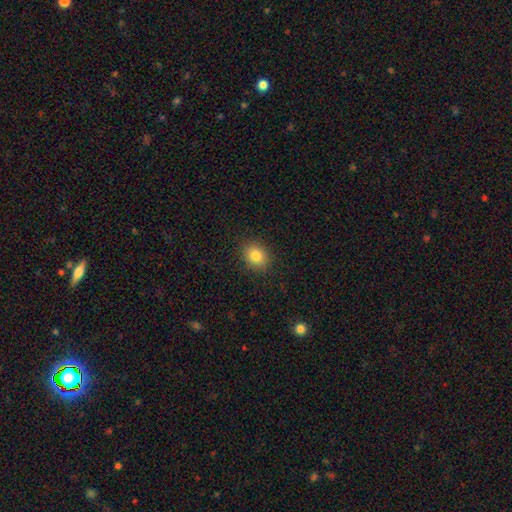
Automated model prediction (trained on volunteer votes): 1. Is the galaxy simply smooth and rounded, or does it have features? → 84% smooth, 10% star or artifact, 6% featured or disk.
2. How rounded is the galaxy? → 60% round, 39% in between, 1% cigar-shaped.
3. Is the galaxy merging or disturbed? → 89% none, 8% minor disturbance, 2% major disturbance, 1% merger.